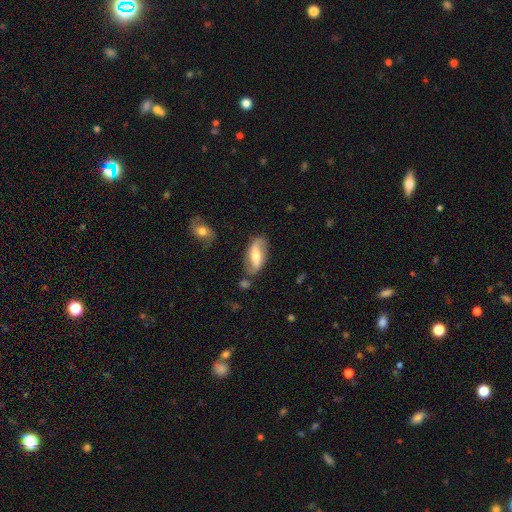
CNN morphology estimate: This appears to be a featured or disk galaxy (65%) with a strong bar (42%), spiral arms (83%) and a moderate central bulge (62%). Merging: none (74%).